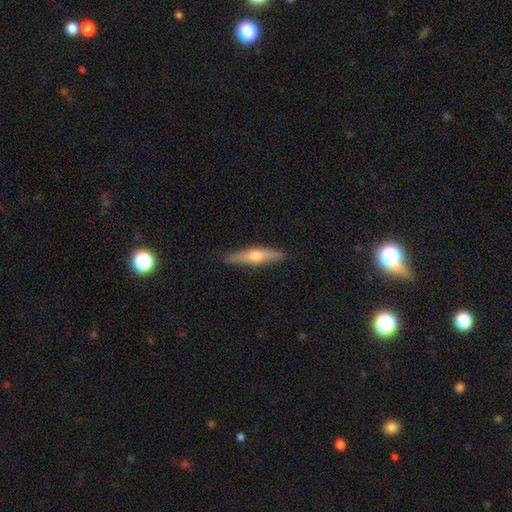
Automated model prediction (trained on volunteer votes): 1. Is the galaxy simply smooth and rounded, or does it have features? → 53% featured or disk, 40% smooth, 6% star or artifact.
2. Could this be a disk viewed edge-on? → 94% yes, 6% no.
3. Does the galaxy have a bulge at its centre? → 90% rounded, 6% none, 4% boxy.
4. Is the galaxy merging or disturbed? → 89% none, 8% minor disturbance, 2% major disturbance, 1% merger.